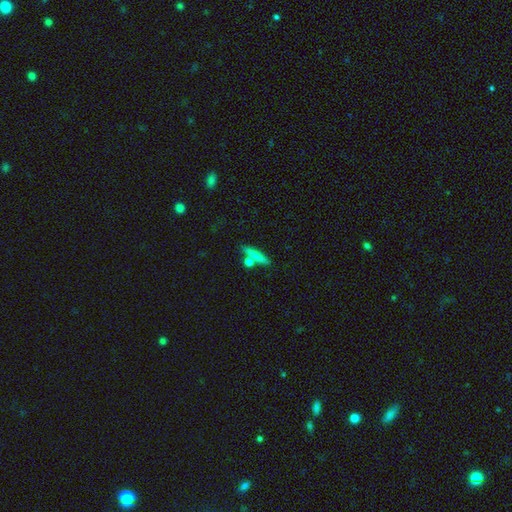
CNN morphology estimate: Smooth or featured? smooth (72%)
How rounded? cigar-shaped (83%)
Merging? none (72%)